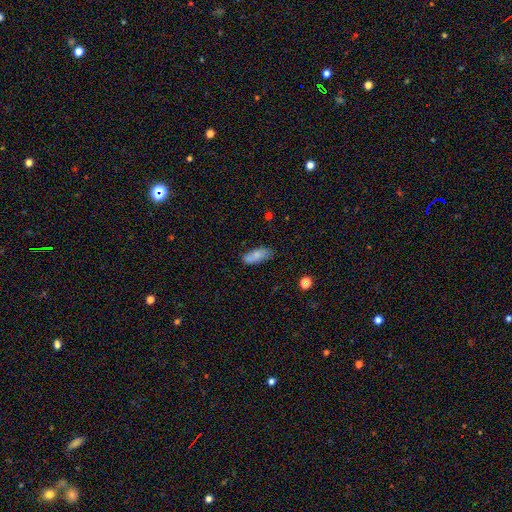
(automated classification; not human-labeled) This appears to be a smooth galaxy with no disk features (78%) that is in between round and cigar-shaped (79%). Merging: none (70%).